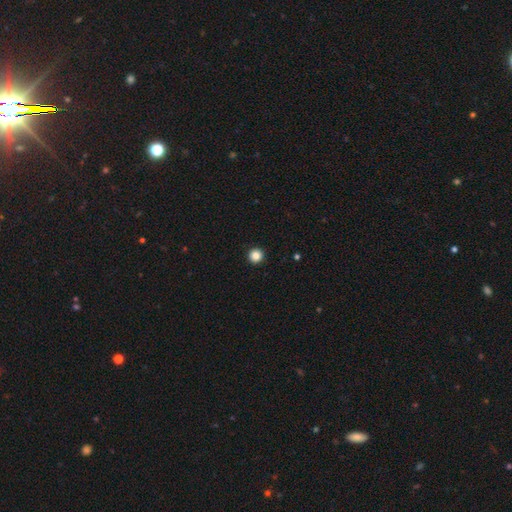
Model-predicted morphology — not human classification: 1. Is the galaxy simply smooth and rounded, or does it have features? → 86% smooth, 11% star or artifact, 4% featured or disk.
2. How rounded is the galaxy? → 96% round, 3% in between, 1% cigar-shaped.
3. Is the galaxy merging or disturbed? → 94% none, 3% minor disturbance, 1% major disturbance, 1% merger.